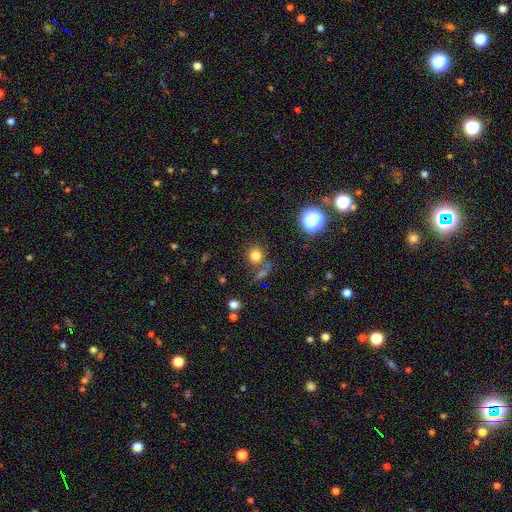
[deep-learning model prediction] Smooth or featured? Predicted: smooth (p=0.78). How rounded? Predicted: round (p=0.90). Merging? Predicted: none (p=0.71).